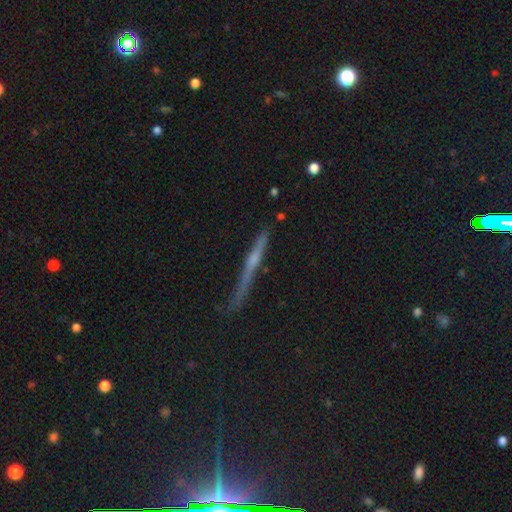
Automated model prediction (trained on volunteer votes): Smooth or featured: featured or disk — 58% (smooth — 30%)
Edge-on disk: yes — 95% (no — 5%)
Edge-on bulge: none — 50% (rounded — 39%)
Merging: none — 74% (minor disturbance — 18%)